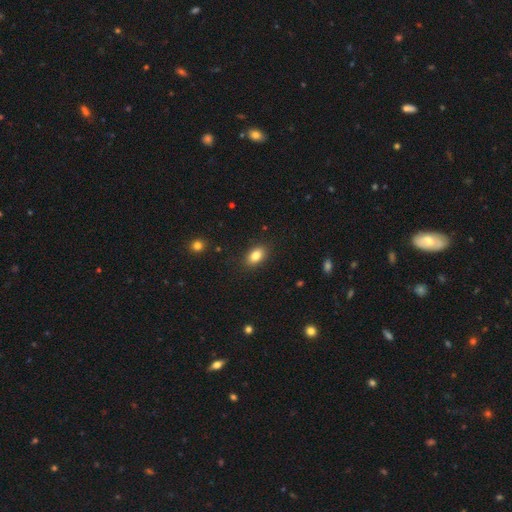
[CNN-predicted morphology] This appears to be a smooth galaxy with no disk features (84%) that is in between round and cigar-shaped (89%). Merging: none (87%).